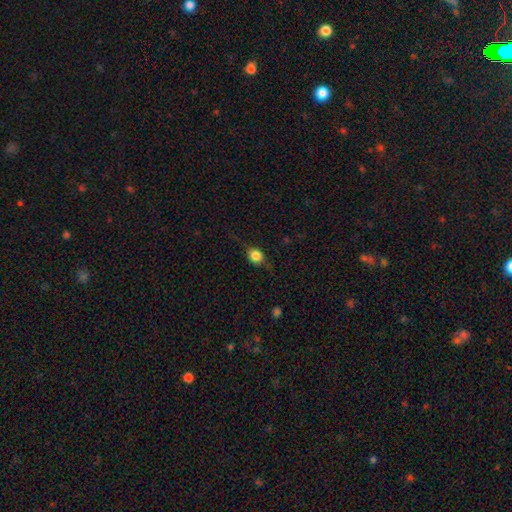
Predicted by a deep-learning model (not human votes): Overall: smooth (81%). How rounded: round (70%). Merging: none (75%).